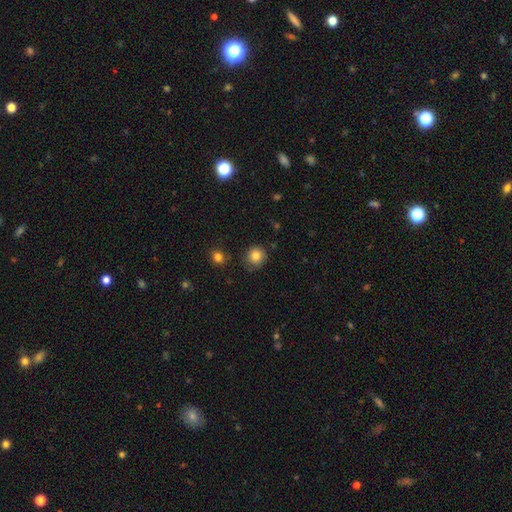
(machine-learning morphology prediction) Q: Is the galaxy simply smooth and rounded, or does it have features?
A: smooth — 84%.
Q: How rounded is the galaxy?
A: round — 86%.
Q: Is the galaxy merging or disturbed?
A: none — 81%.